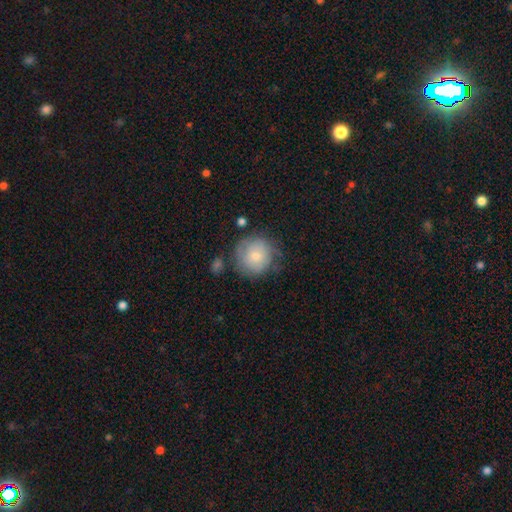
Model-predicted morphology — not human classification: Q: Smooth or featured?
A: smooth (67%); runner-up: featured or disk (26%)
Q: How rounded?
A: round (92%); runner-up: in between (7%)
Q: Merging?
A: none (62%); runner-up: minor disturbance (24%)